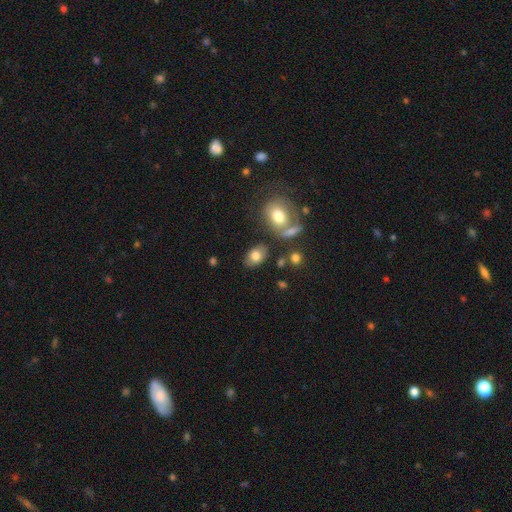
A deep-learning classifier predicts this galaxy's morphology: This is likely a smooth galaxy (77%). How rounded: clearly in between (82%). Merging: likely none (75%).